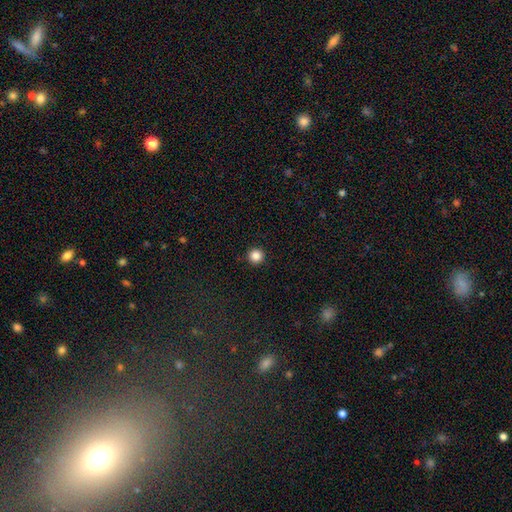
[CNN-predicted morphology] Overall: smooth (86%). How rounded: round (96%). Merging: none (93%).